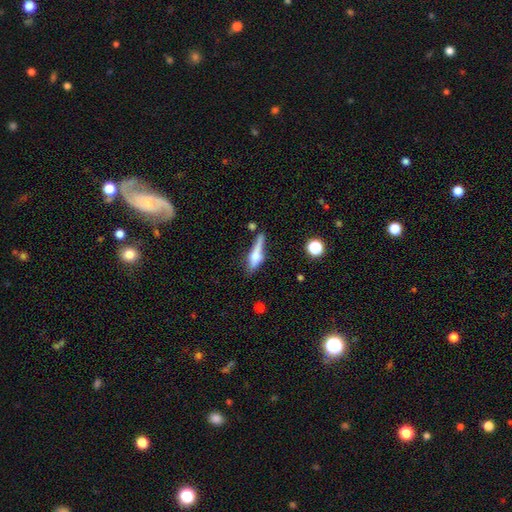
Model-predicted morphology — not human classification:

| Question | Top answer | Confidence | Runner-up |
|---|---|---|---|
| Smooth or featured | smooth | 49% | featured or disk (43%) |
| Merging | none | 52% | minor disturbance (25%) |